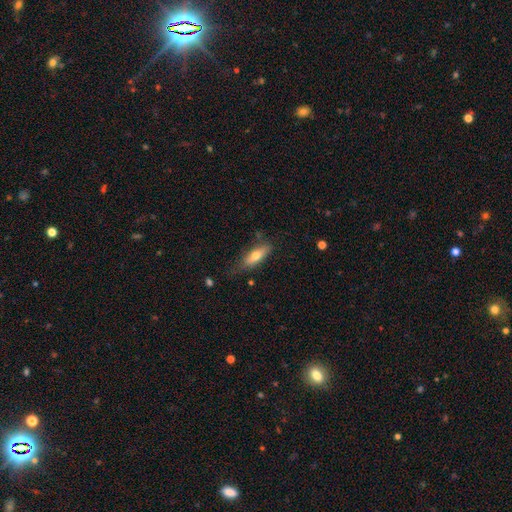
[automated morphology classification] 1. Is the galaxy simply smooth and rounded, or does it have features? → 67% smooth, 27% featured or disk, 6% star or artifact.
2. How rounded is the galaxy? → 55% in between, 42% cigar-shaped, 3% round.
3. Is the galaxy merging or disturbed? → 63% none, 26% minor disturbance, 8% major disturbance, 3% merger.